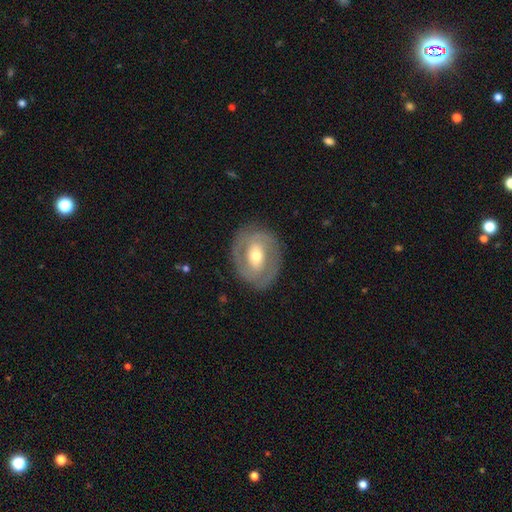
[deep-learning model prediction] Smooth or featured: featured or disk — 73% (smooth — 21%)
Edge-on disk: no — 96% (yes — 4%)
Bar: weak — 39% (no — 33%)
Spiral arms: yes — 73% (no — 27%)
Spiral winding: tight — 51% (medium — 36%)
Spiral arm count: 2 — 76% (can't tell — 13%)
Bulge size: moderate — 68% (small — 24%)
Merging: none — 82% (minor disturbance — 12%)